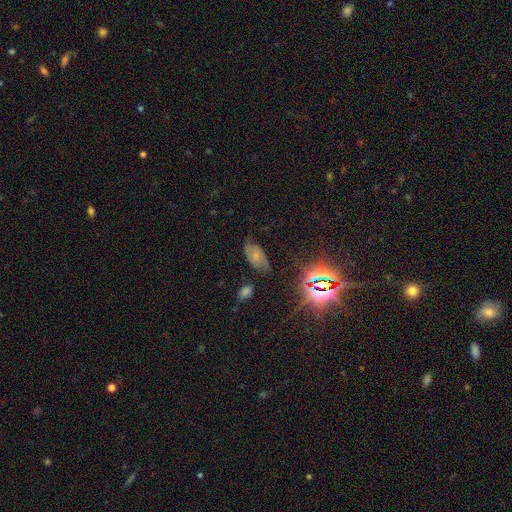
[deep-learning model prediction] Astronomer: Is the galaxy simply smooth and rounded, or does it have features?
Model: featured or disk — 39% (runner-up: smooth, 32%).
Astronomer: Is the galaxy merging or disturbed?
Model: none — 64%.